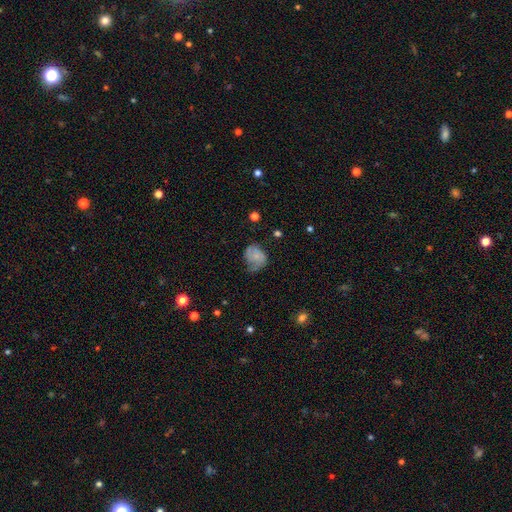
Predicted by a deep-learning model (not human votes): This is possibly a smooth galaxy (53%). How rounded: possibly in between (50%). Merging: marginally none (37%).